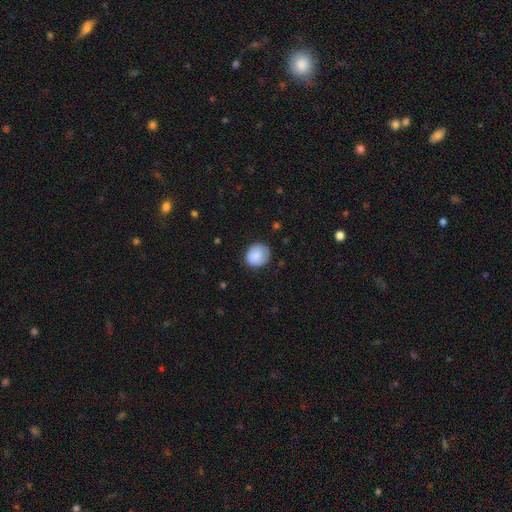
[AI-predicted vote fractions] smooth_or_featured: smooth (p=0.85) [alt: featured or disk p=0.07]
how_rounded: round (p=0.72) [alt: in between p=0.27]
merging: none (p=0.76) [alt: minor disturbance p=0.18]